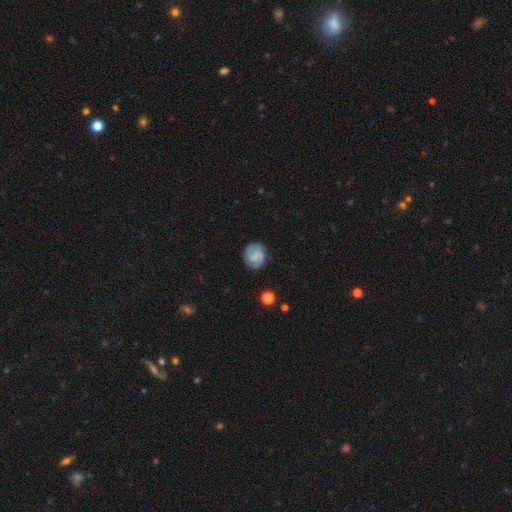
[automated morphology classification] This appears to be a featured or disk galaxy (47%). Merging: none (77%).